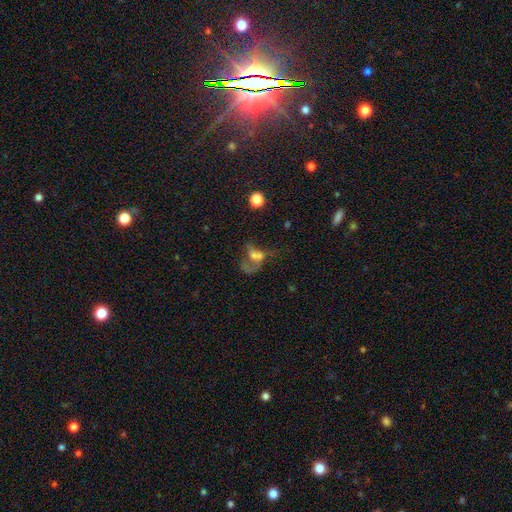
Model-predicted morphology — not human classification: This appears to be a featured or disk galaxy (42%). Merging: merger (43%).